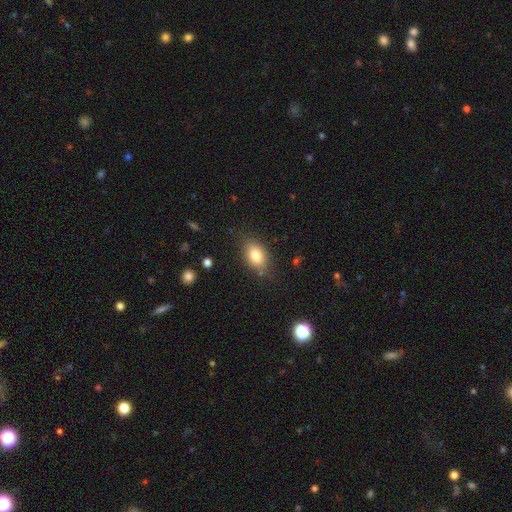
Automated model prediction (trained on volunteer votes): Smooth or featured?
  - smooth: 81% *
  - featured or disk: 10%
  - star or artifact: 9%
How rounded?
  - in between: 84% *
  - round: 13%
  - cigar-shaped: 2%
Merging?
  - none: 79% *
  - minor disturbance: 15%
  - major disturbance: 4%
  - merger: 2%